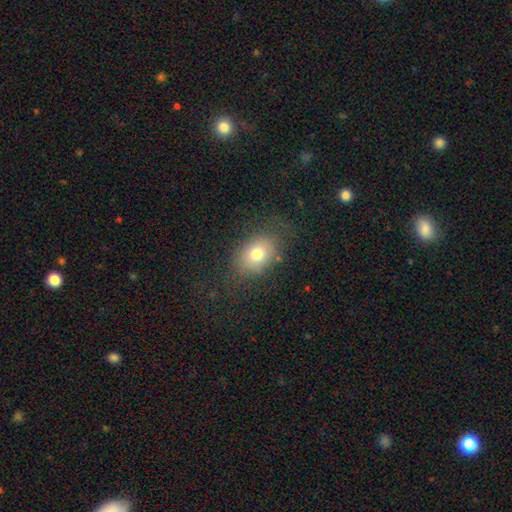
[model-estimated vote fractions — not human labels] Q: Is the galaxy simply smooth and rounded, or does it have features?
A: smooth — 68%.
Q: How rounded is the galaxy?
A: in between — 71%.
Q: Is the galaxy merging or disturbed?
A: none — 77%.